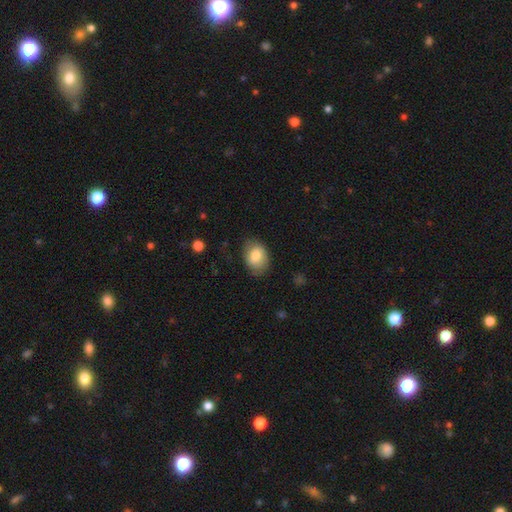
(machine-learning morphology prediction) Q: Smooth or featured?
A: smooth (81%); runner-up: featured or disk (12%)
Q: How rounded?
A: in between (72%); runner-up: round (27%)
Q: Merging?
A: none (74%); runner-up: minor disturbance (19%)